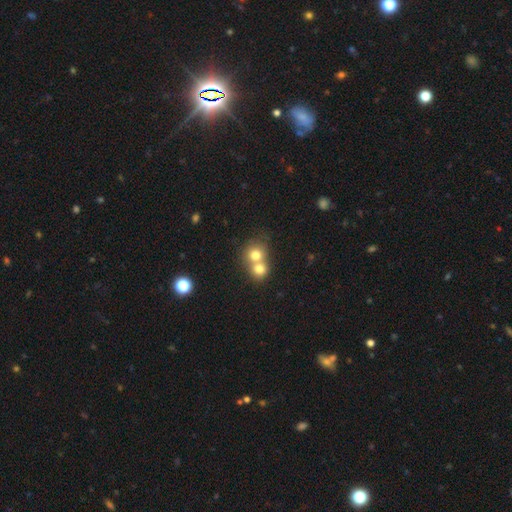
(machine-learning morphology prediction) Smooth or featured: smooth — 74% (featured or disk — 15%)
How rounded: round — 79% (in between — 20%)
Merging: merger — 67% (none — 27%)